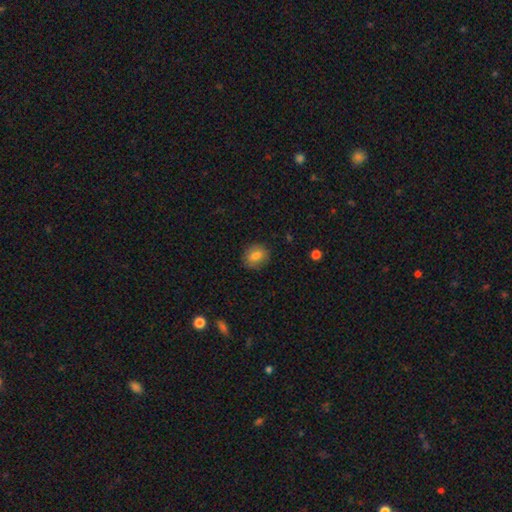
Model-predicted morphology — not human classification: smooth_or_featured: smooth (p=0.80) [alt: featured or disk p=0.11]
how_rounded: round (p=0.67) [alt: in between p=0.31]
merging: none (p=0.86) [alt: minor disturbance p=0.10]